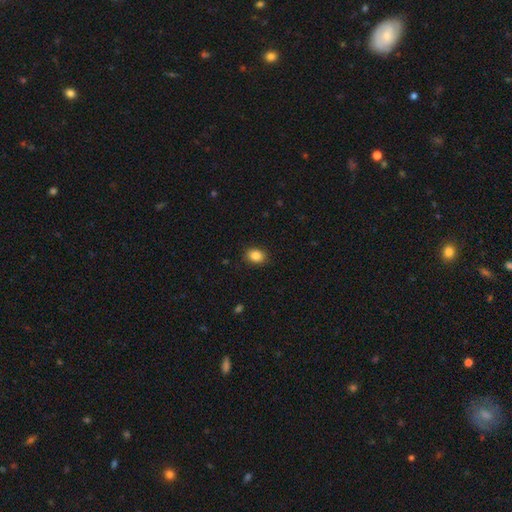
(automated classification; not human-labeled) smooth 86%, star or artifact 9%, featured or disk 5%. Down the decision tree: how rounded — in between (65%); merging — none (89%).